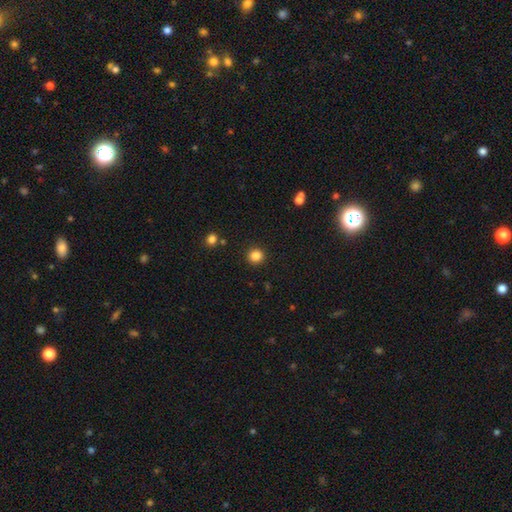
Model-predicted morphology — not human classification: Overall: smooth (85%). How rounded: round (92%). Merging: none (91%).